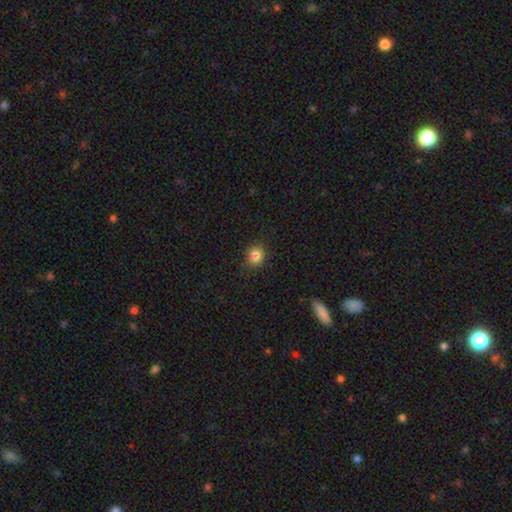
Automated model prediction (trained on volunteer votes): The model was most divided on "how rounded": round: 72%, in between: 27%, cigar-shaped: 1%. More confident: smooth or featured — smooth (85%); merging — none (85%).